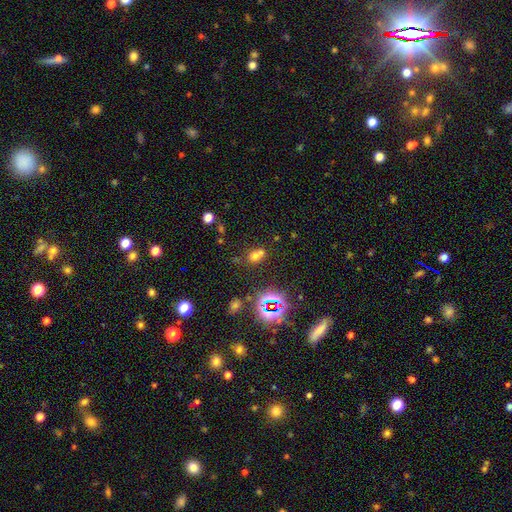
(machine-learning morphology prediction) A smooth galaxy with no disk features (57%) that is round (50%). Merging: merger (44%).